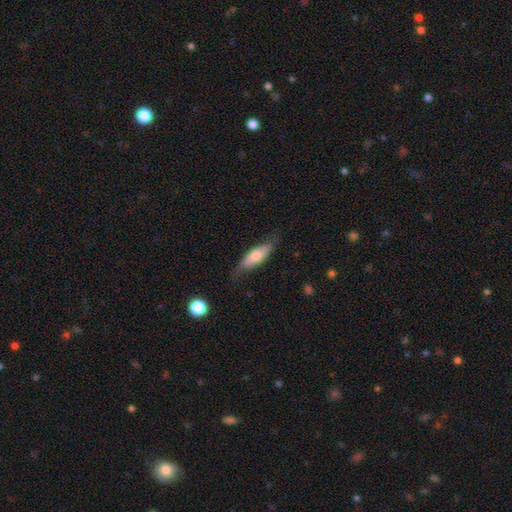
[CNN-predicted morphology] Smooth or featured? Predicted: smooth (p=0.62). How rounded? Predicted: in between (p=0.57). Merging? Predicted: none (p=0.68).